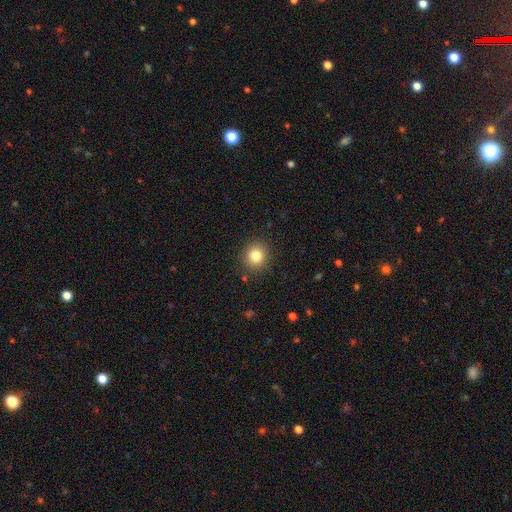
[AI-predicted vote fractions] Morphology: type=smooth (82%); roundness=round (85%); merging=none (89%).